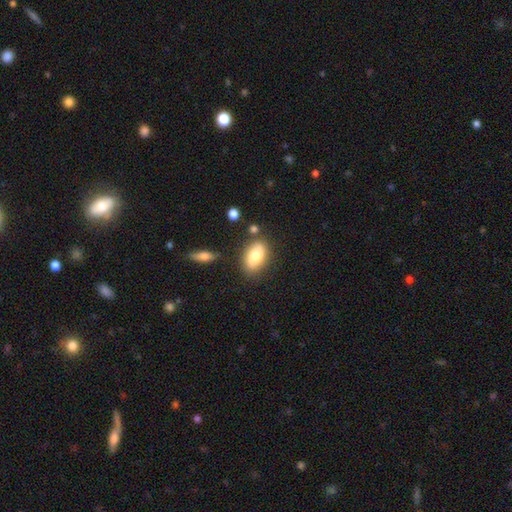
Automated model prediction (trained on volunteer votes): The model was most divided on "smooth or featured": smooth: 75%, featured or disk: 18%, star or artifact: 7%. More confident: how rounded — in between (90%); merging — none (76%).